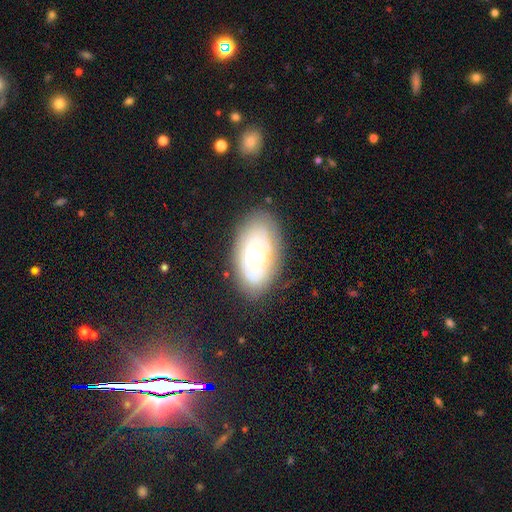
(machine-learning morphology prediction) type=featured or disk (56%); edge-on=no (93%); bar=no (81%); spiral arms=yes (67%); bulge=moderate (59%); merging=none (77%).